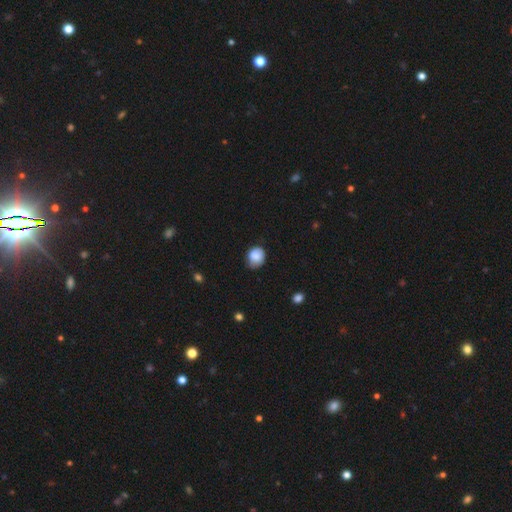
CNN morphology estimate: Smooth or featured?
  - smooth: 83% *
  - featured or disk: 9%
  - star or artifact: 8%
How rounded?
  - round: 67% *
  - in between: 32%
  - cigar-shaped: 1%
Merging?
  - none: 60% *
  - minor disturbance: 32%
  - major disturbance: 6%
  - merger: 2%